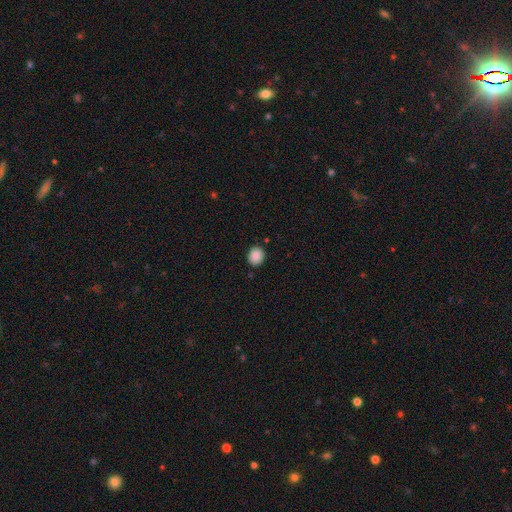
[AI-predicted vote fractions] Smooth or featured? smooth (88%)
How rounded? round (66%)
Merging? none (87%)